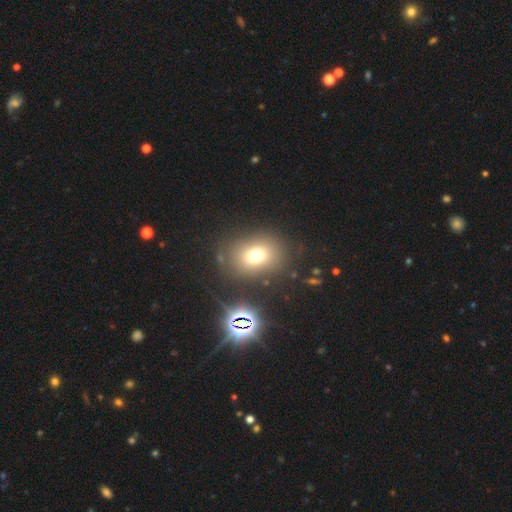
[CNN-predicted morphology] A smooth galaxy with no disk features (69%) that is in between round and cigar-shaped (52%).

Vote fractions:
- Smooth or featured? smooth: 69% / star or artifact: 19% / featured or disk: 12%
- How rounded? in between: 52% / round: 47% / cigar-shaped: 1%
- Merging? none: 79% / minor disturbance: 11% / major disturbance: 6% / merger: 4%